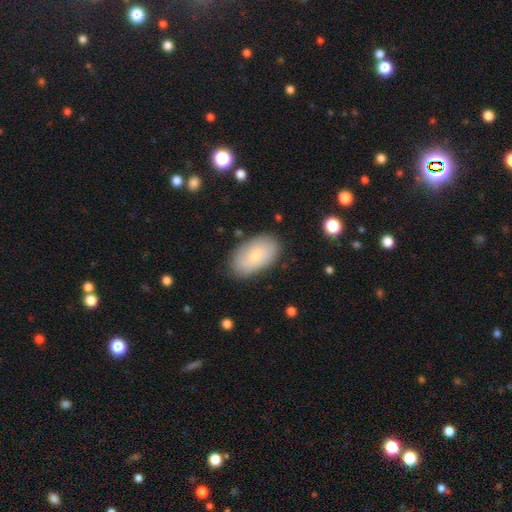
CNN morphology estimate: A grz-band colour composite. It shows a smooth galaxy with no disk features (68%) that is in between round and cigar-shaped (94%). Merging: none (81%).